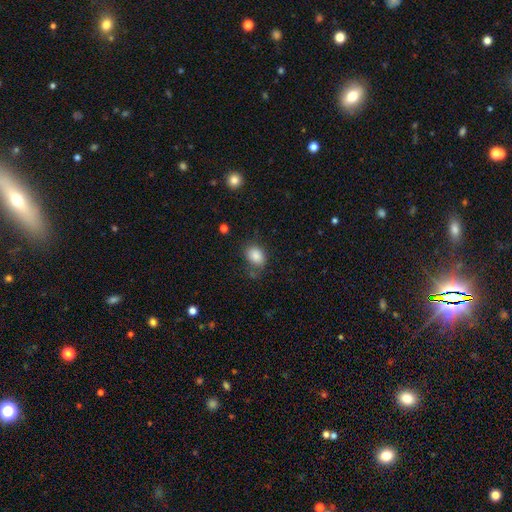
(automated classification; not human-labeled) Smooth or featured? smooth (85%)
How rounded? in between (71%)
Merging? none (66%)